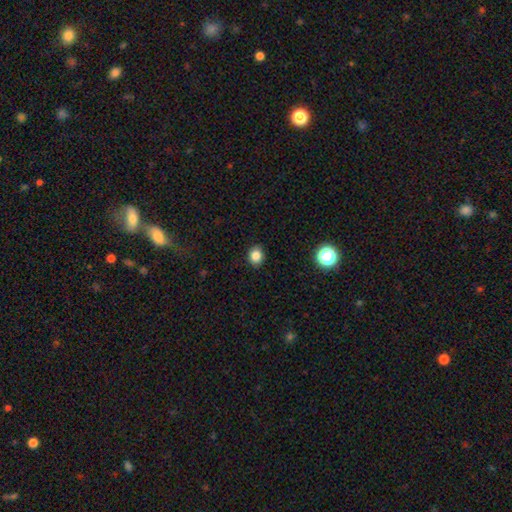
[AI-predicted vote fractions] Q: Smooth or featured?
A: smooth (84%); runner-up: star or artifact (12%)
Q: How rounded?
A: round (69%); runner-up: in between (30%)
Q: Merging?
A: none (90%); runner-up: minor disturbance (7%)